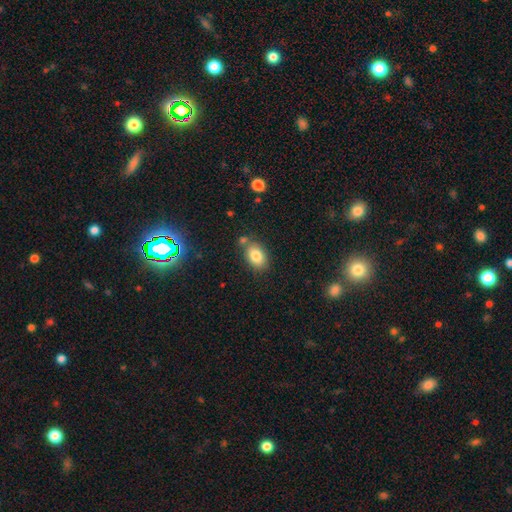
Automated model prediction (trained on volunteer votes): A smooth galaxy with no disk features (82%) that is in between round and cigar-shaped (82%). Merging: none (74%).